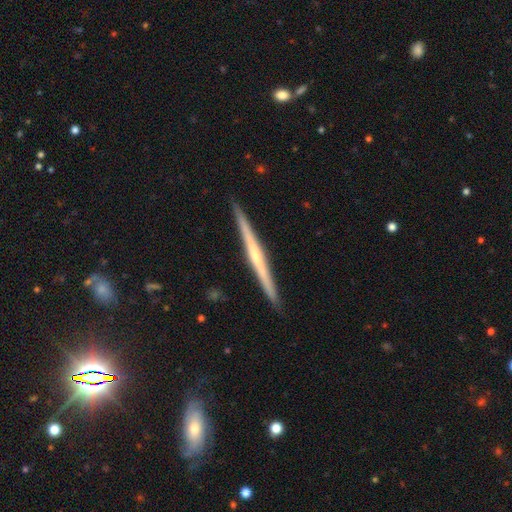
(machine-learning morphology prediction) A featured or disk galaxy (68%) viewed edge-on (98%) with no central bulge (58%). Merging: none (91%).